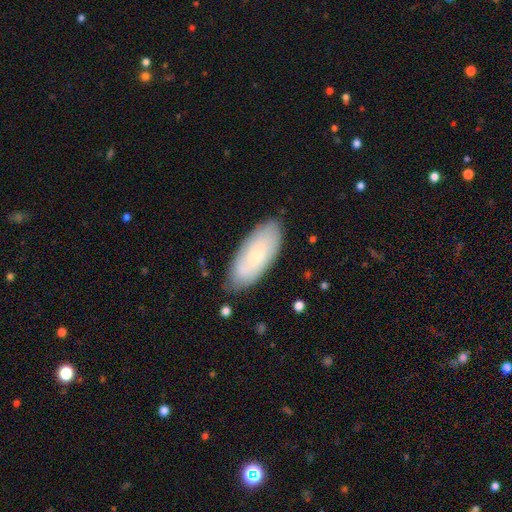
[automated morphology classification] Q: Smooth or featured?
A: smooth (57%); runner-up: featured or disk (37%)
Q: How rounded?
A: in between (86%); runner-up: cigar-shaped (12%)
Q: Merging?
A: none (80%); runner-up: minor disturbance (15%)